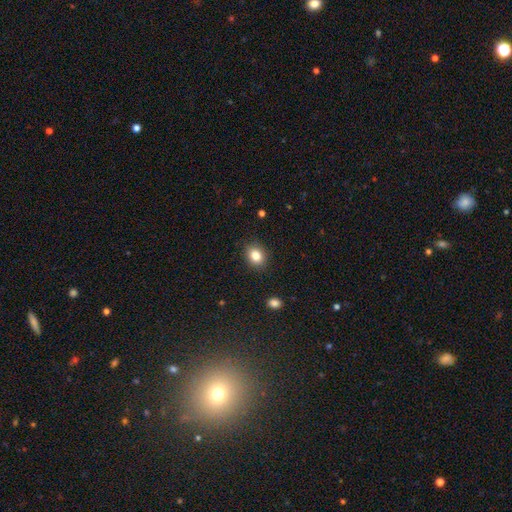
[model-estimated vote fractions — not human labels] This is clearly a smooth galaxy (83%). How rounded: possibly round (56%). Merging: clearly none (88%).